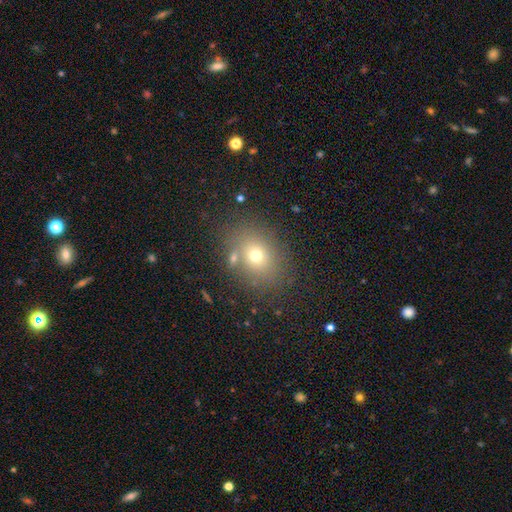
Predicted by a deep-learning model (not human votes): smooth_or_featured: smooth (p=0.68) [alt: star or artifact p=0.18]
how_rounded: round (p=0.51) [alt: in between p=0.48]
merging: none (p=0.77) [alt: minor disturbance p=0.11]